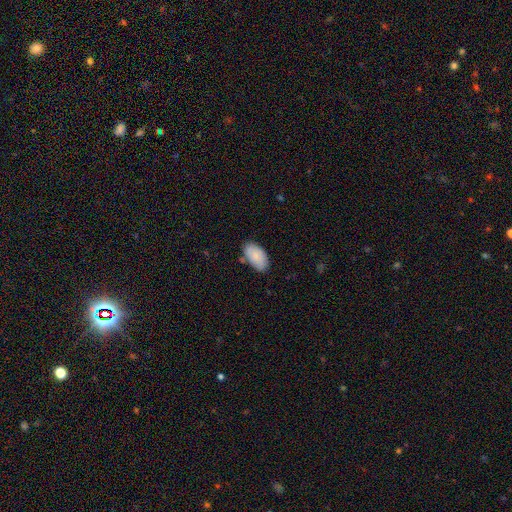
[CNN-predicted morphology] Smooth or featured? Predicted: smooth (p=0.84). How rounded? Predicted: in between (p=0.95). Merging? Predicted: none (p=0.74).